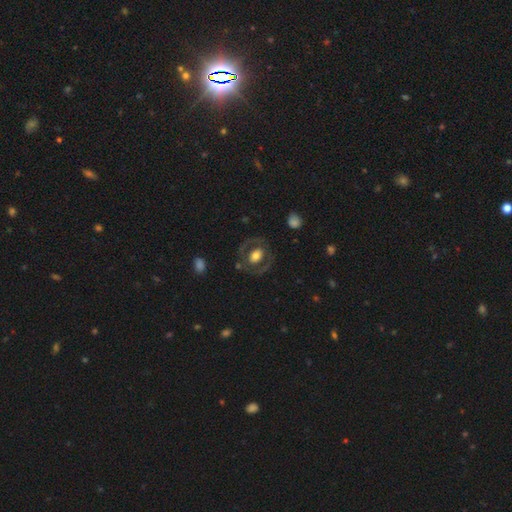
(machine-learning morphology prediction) A featured or disk galaxy (52%). Merging: none (76%).